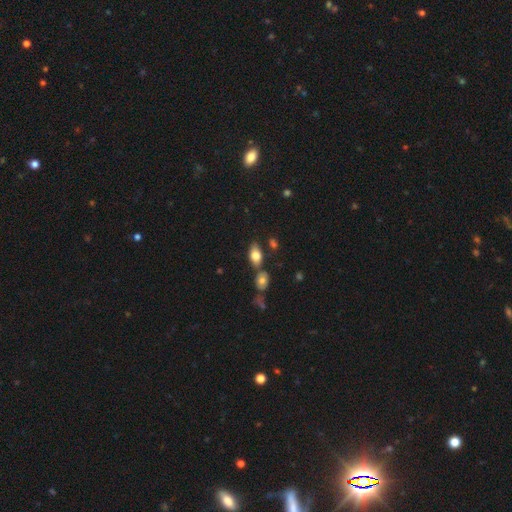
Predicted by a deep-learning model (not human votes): This appears to be a smooth galaxy with no disk features (75%) that is in between round and cigar-shaped (88%). Merging: none (61%).